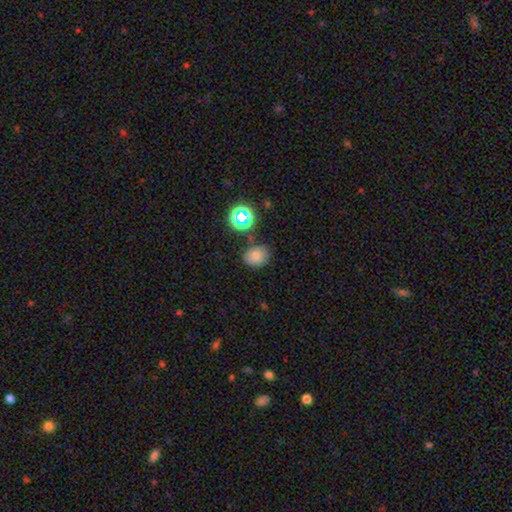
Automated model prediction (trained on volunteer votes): Smooth or featured? Predicted: smooth (p=0.76). How rounded? Predicted: round (p=0.61). Merging? Predicted: none (p=0.74).